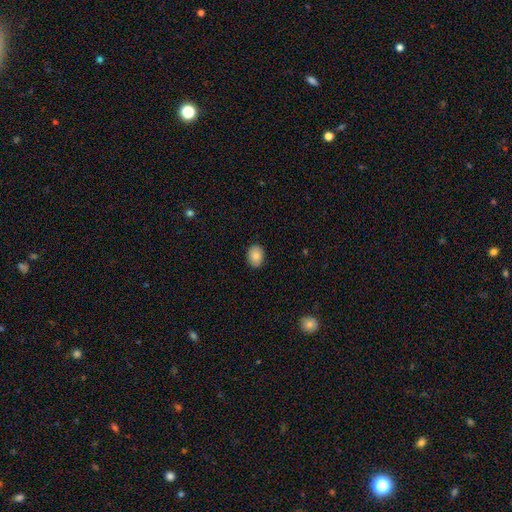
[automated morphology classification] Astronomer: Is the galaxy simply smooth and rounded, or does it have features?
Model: smooth — 87%.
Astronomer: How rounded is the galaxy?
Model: in between — 73%.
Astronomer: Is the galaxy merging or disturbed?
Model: none — 89%.